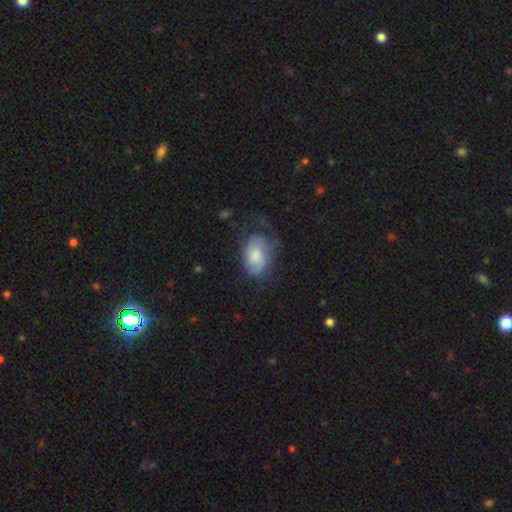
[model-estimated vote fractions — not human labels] Smooth or featured? Predicted: smooth (p=0.52). How rounded? Predicted: in between (p=0.87). Merging? Predicted: none (p=0.41).